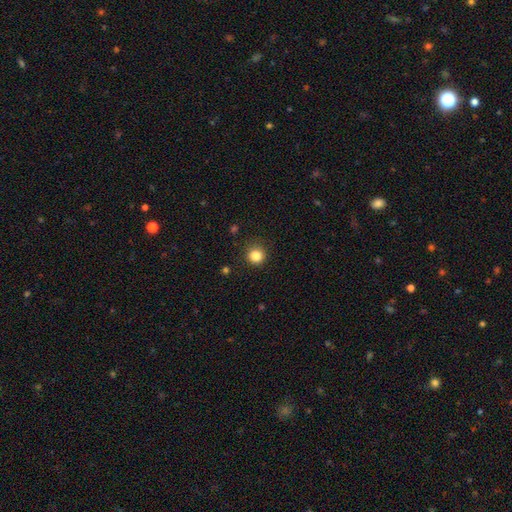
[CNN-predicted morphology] The model was most divided on "smooth or featured": smooth: 85%, star or artifact: 11%, featured or disk: 3%. More confident: how rounded — round (93%); merging — none (87%).